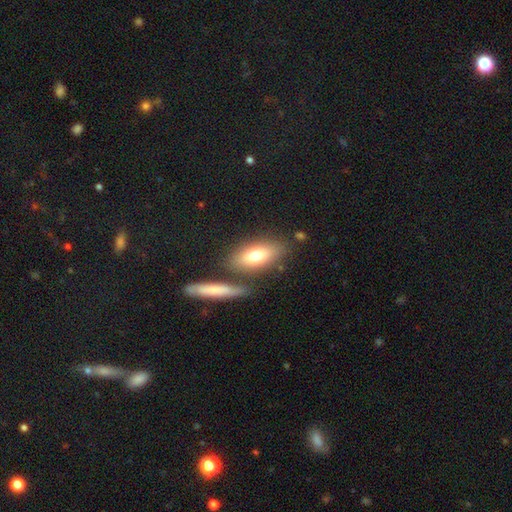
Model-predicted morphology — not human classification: The model was most divided on "smooth or featured": smooth: 73%, featured or disk: 20%, star or artifact: 7%. More confident: how rounded — in between (77%); merging — none (70%).